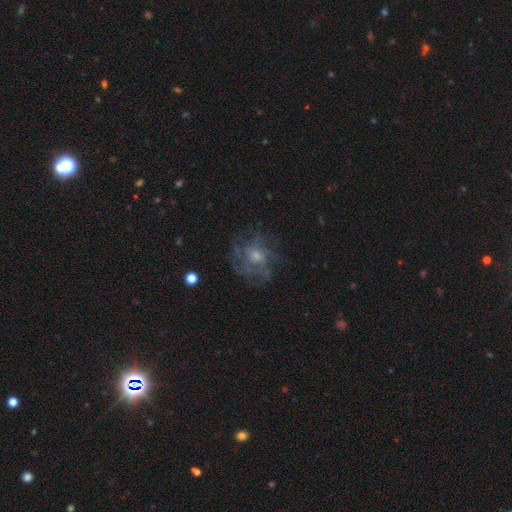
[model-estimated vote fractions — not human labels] smooth-or-featured: featured or disk: 71% | smooth: 15% | star or artifact: 14%
  disk-edge-on: no: 97% | yes: 3%
    bar: no: 75% | weak: 21% | strong: 3%
    has-spiral-arms: yes: 82% | no: 18%
      spiral-winding: tight: 43% | medium: 41% | loose: 16%
      spiral-arm-count: can't tell: 42% | 4: 20% | 3: 15% | more than 4: 10% | 2: 8% | 1: 6%
    bulge-size: moderate: 48% | small: 41% | none: 5% | large: 5% | dominant: 1%
  merging: none: 72% | minor disturbance: 15% | major disturbance: 12% | merger: 1%